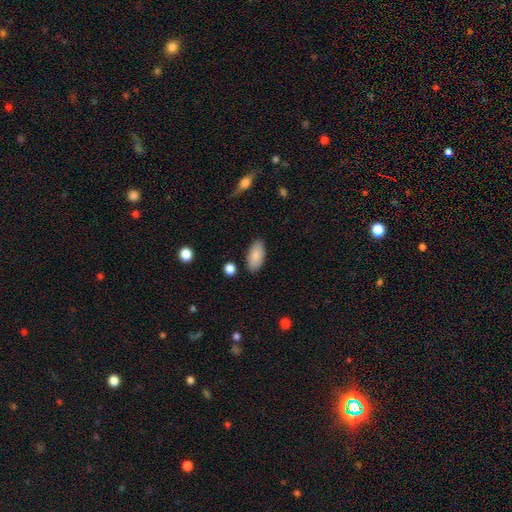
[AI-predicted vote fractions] Smooth or featured? smooth (87%)
How rounded? in between (92%)
Merging? none (86%)